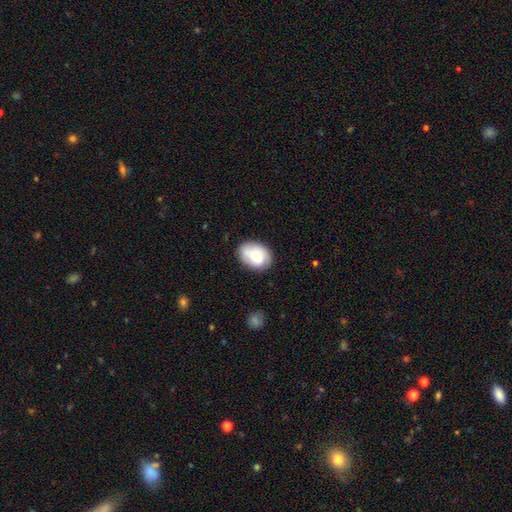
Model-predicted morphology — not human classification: Smooth or featured? Predicted: smooth (p=0.71). How rounded? Predicted: in between (p=0.74). Merging? Predicted: none (p=0.74).